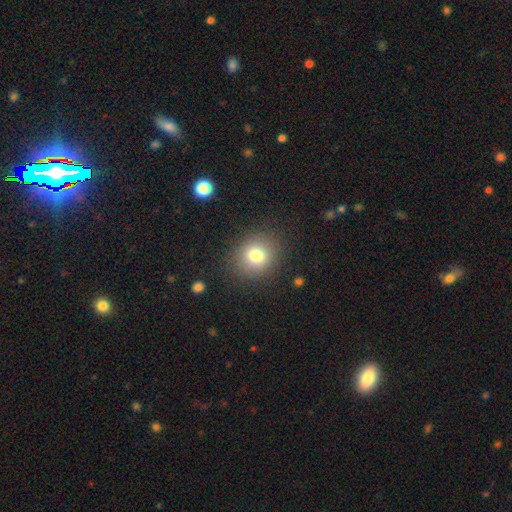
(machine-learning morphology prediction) A smooth galaxy with no disk features (77%) that is round (78%).

Vote fractions:
- Smooth or featured? smooth: 77% / star or artifact: 13% / featured or disk: 10%
- How rounded? round: 78% / in between: 21% / cigar-shaped: 1%
- Merging? none: 86% / minor disturbance: 9% / major disturbance: 4% / merger: 1%